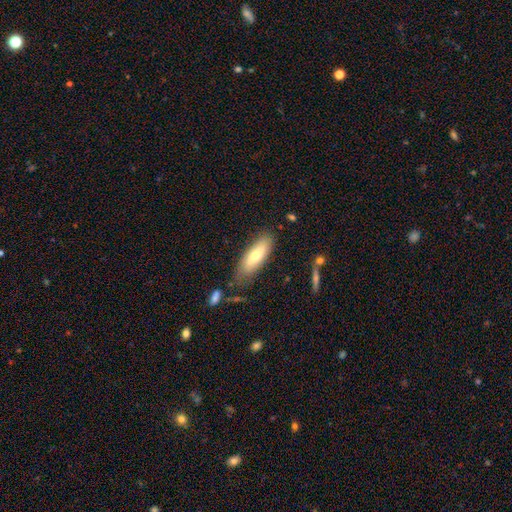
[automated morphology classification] smooth-or-featured: smooth: 66% | featured or disk: 28% | star or artifact: 6%
  how-rounded: in between: 66% | cigar-shaped: 32% | round: 2%
  merging: none: 75% | minor disturbance: 18% | major disturbance: 4% | merger: 3%